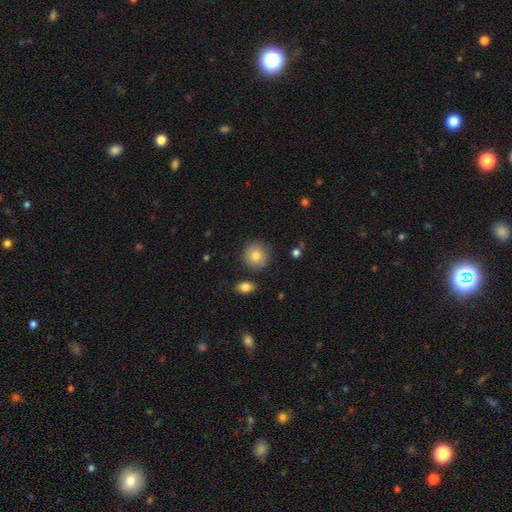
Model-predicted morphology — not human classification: This is likely a smooth galaxy (80%). How rounded: clearly round (92%). Merging: clearly none (86%).